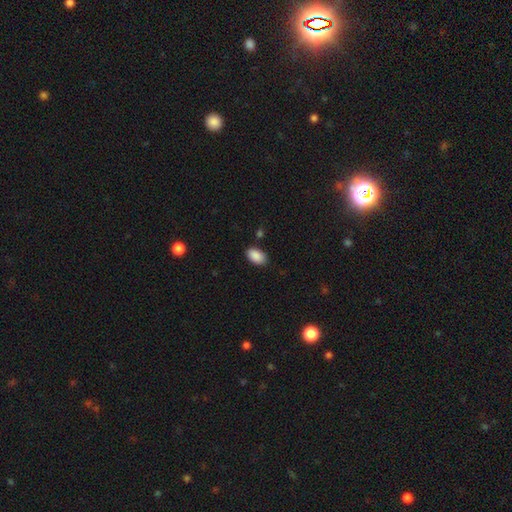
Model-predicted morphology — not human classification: Overall: smooth (89%). How rounded: in between (93%). Merging: none (84%).